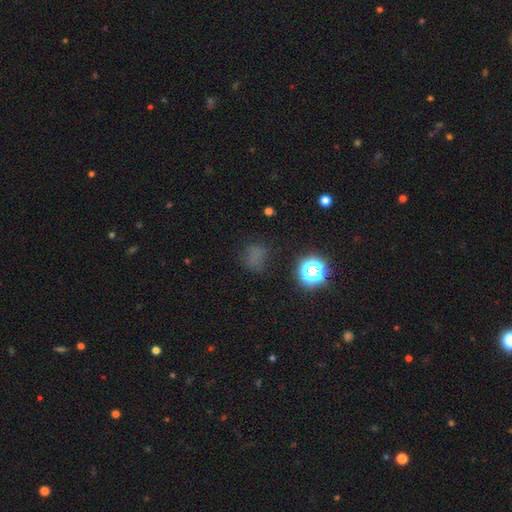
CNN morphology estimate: Smooth or featured? Predicted: smooth (p=0.61). How rounded? Predicted: round (p=0.76). Merging? Predicted: none (p=0.68).